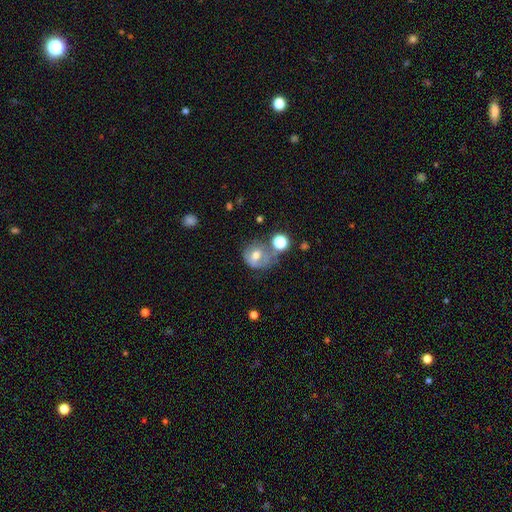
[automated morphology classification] smooth 53%, featured or disk 35%, star or artifact 11%. Down the decision tree: how rounded — round (71%); merging — none (40%).